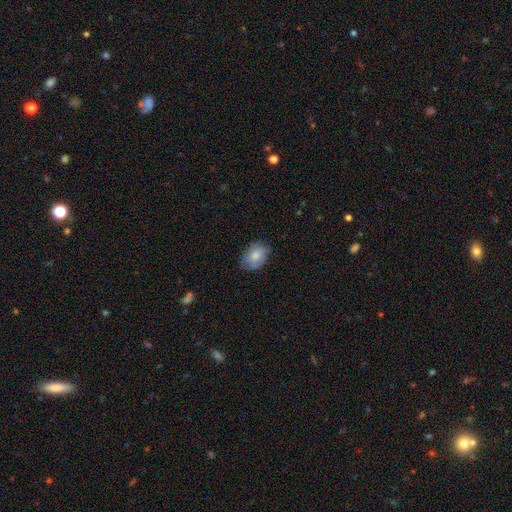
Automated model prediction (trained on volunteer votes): Smooth or featured?
  - smooth: 78% *
  - featured or disk: 15%
  - star or artifact: 7%
How rounded?
  - in between: 78% *
  - round: 21%
  - cigar-shaped: 1%
Merging?
  - none: 75% *
  - minor disturbance: 20%
  - major disturbance: 4%
  - merger: 1%